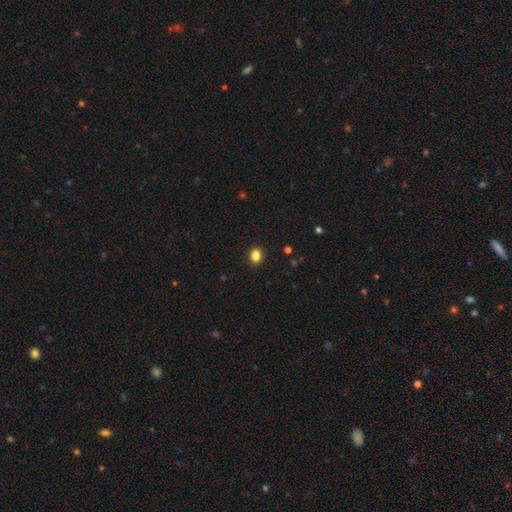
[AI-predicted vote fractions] A smooth galaxy with no disk features (85%) that is in between round and cigar-shaped (60%). Merging: none (90%).